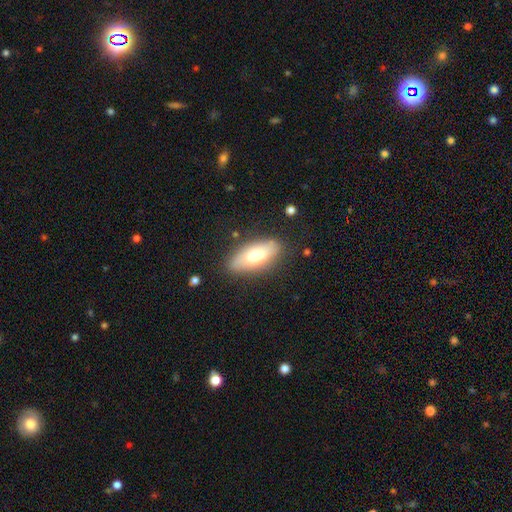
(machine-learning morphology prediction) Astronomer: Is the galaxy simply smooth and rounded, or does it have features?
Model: smooth — 66%.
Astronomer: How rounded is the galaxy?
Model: in between — 82%.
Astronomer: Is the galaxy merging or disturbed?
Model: none — 79%.